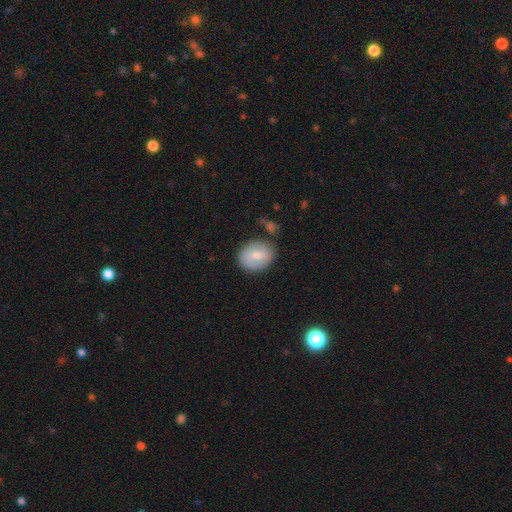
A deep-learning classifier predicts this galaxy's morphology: Smooth or featured: smooth — 70% (featured or disk — 24%)
How rounded: in between — 52% (round — 47%)
Merging: none — 73% (minor disturbance — 18%)